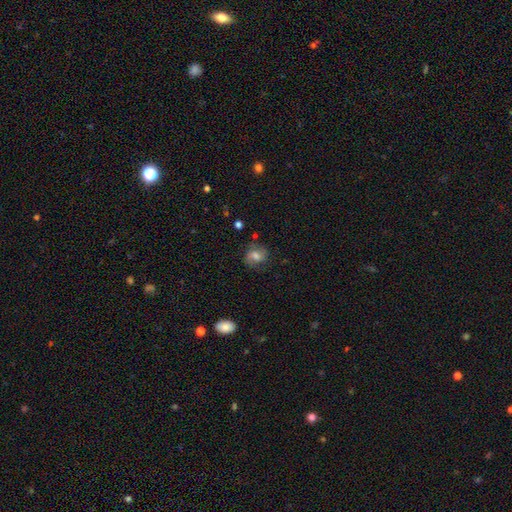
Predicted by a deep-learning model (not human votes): Smooth or featured?
  - smooth: 49% *
  - featured or disk: 41%
  - star or artifact: 10%
Merging?
  - none: 71% *
  - minor disturbance: 19%
  - major disturbance: 7%
  - merger: 2%